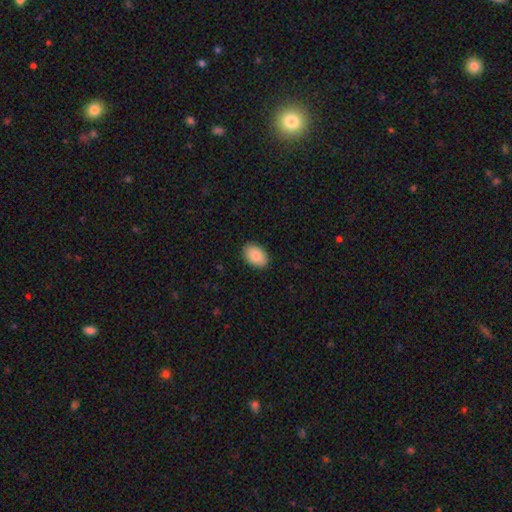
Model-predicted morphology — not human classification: Smooth or featured? Predicted: smooth (p=0.89). How rounded? Predicted: in between (p=0.89). Merging? Predicted: none (p=0.89).